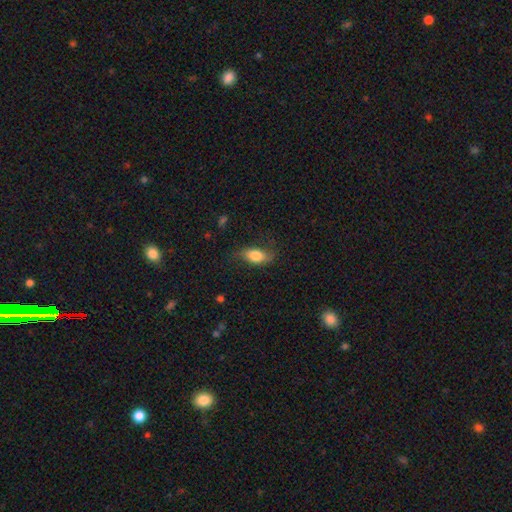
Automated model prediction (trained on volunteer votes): The model was most divided on "merging": none: 66%, minor disturbance: 23%, major disturbance: 9%, merger: 1%. More confident: how rounded — in between (84%); smooth or featured — smooth (69%).